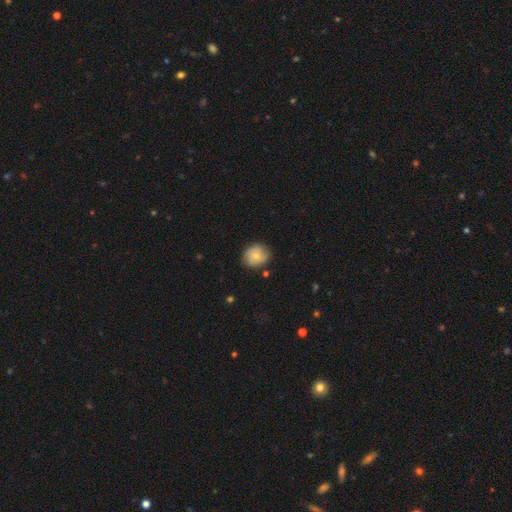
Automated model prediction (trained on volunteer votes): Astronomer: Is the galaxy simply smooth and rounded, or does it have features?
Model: smooth — 51% (runner-up: featured or disk, 41%).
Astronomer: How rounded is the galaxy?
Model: round — 77%.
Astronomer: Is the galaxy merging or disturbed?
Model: none — 75%.